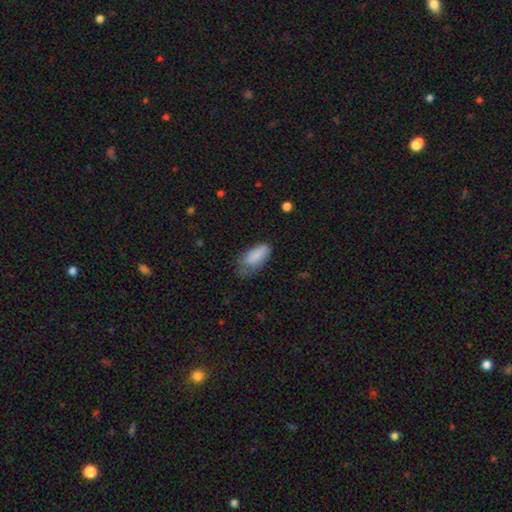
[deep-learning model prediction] This is clearly a smooth galaxy (82%). How rounded: clearly in between (85%). Merging: marginally none (39%).